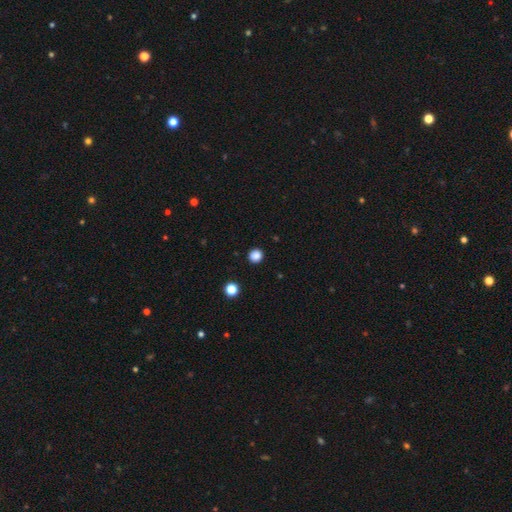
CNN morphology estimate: smooth 86%, star or artifact 11%, featured or disk 3%. Down the decision tree: how rounded — round (92%); merging — none (93%).